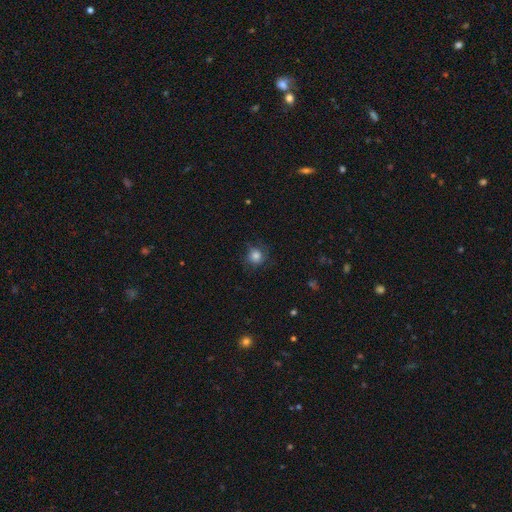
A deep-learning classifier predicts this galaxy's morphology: Smooth or featured?
  - smooth: 79% *
  - star or artifact: 12%
  - featured or disk: 10%
How rounded?
  - round: 88% *
  - in between: 11%
  - cigar-shaped: 1%
Merging?
  - none: 73% *
  - minor disturbance: 18%
  - major disturbance: 8%
  - merger: 1%